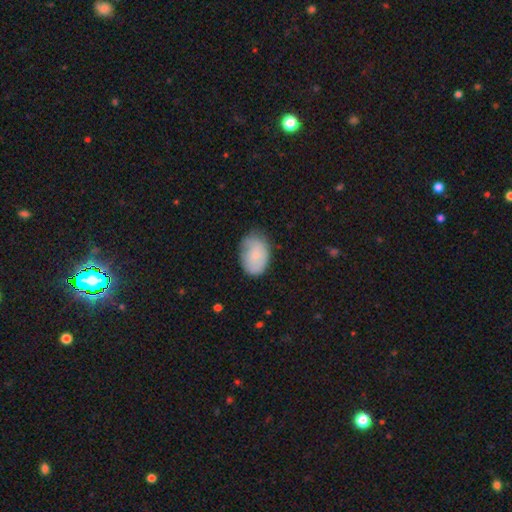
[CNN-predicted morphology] Smooth or featured?
  - smooth: 76% *
  - featured or disk: 17%
  - star or artifact: 7%
How rounded?
  - in between: 85% *
  - round: 14%
  - cigar-shaped: 1%
Merging?
  - none: 60% *
  - minor disturbance: 30%
  - major disturbance: 8%
  - merger: 1%